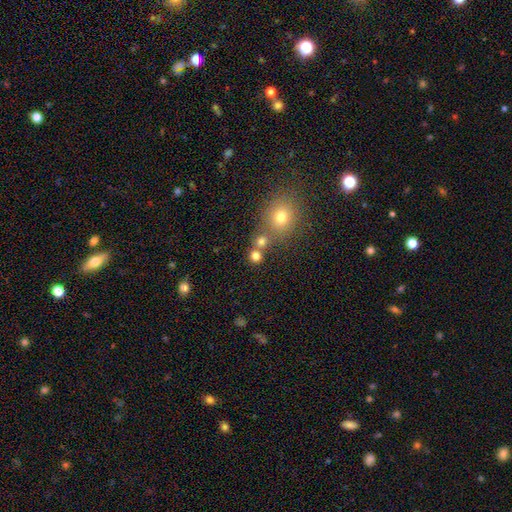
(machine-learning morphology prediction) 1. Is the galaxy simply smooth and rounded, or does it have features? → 77% smooth, 15% star or artifact, 7% featured or disk.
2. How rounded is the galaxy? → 89% round, 10% in between, 1% cigar-shaped.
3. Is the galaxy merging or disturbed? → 62% none, 29% merger, 7% minor disturbance, 3% major disturbance.